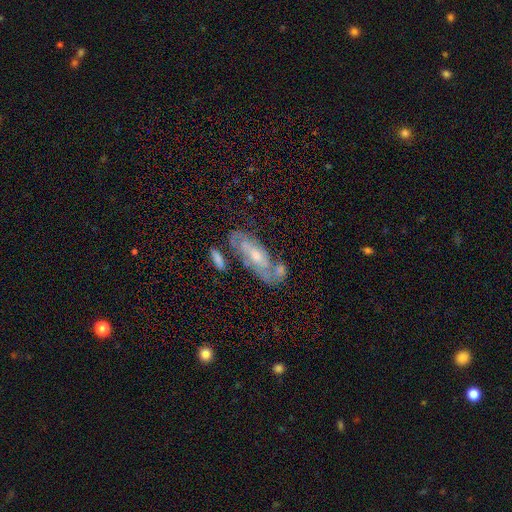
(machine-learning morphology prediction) Smooth or featured? Predicted: featured or disk (p=0.72). Edge-on disk? Predicted: no (p=0.86). Bar? Predicted: no (p=0.58). Spiral arms? Predicted: yes (p=0.83). Spiral winding? Predicted: tight (p=0.53). Spiral arm count? Predicted: 2 (p=0.48). Bulge size? Predicted: moderate (p=0.53). Merging? Predicted: none (p=0.51).